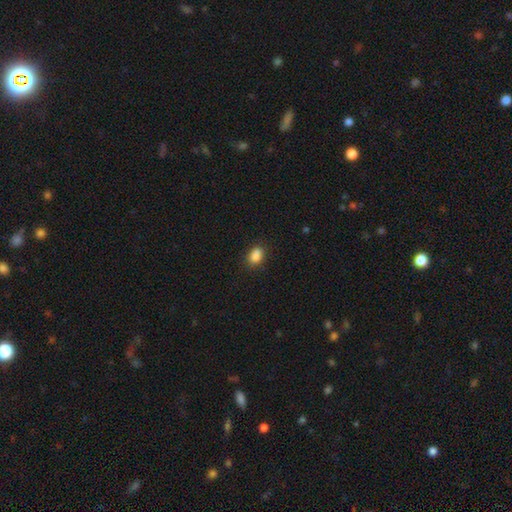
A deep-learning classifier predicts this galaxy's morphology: Smooth or featured?
  - smooth: 86% *
  - star or artifact: 10%
  - featured or disk: 4%
How rounded?
  - in between: 77% *
  - round: 21%
  - cigar-shaped: 2%
Merging?
  - none: 79% *
  - minor disturbance: 16%
  - major disturbance: 3%
  - merger: 2%